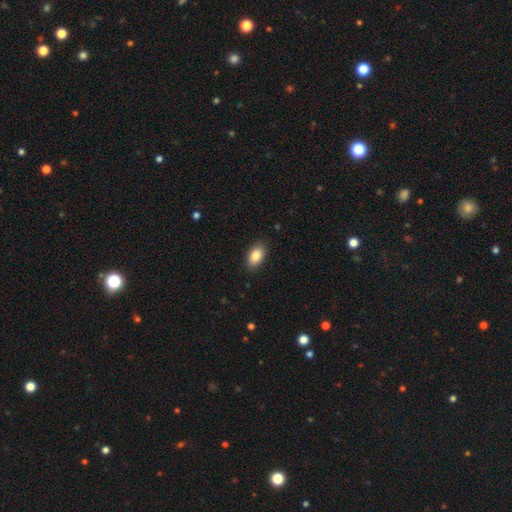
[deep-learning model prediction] Smooth or featured? Predicted: smooth (p=0.85). How rounded? Predicted: in between (p=0.91). Merging? Predicted: none (p=0.88).